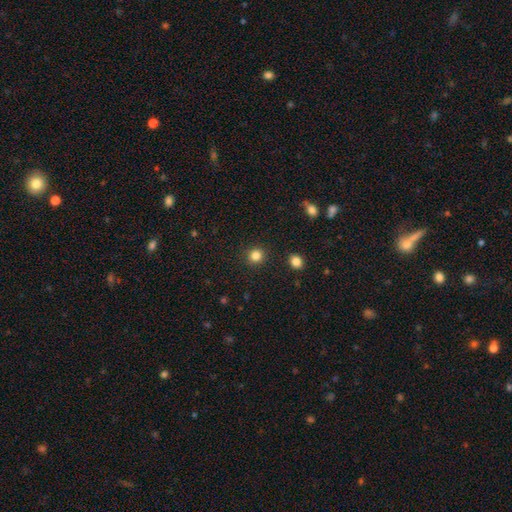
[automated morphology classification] This is clearly a smooth galaxy (84%). How rounded: clearly round (91%). Merging: clearly none (91%).